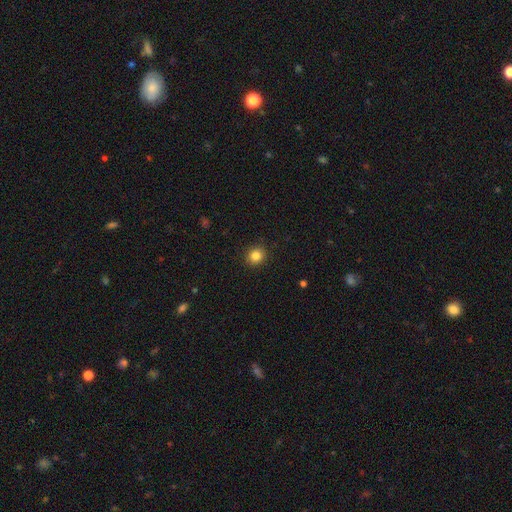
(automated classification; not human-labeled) Smooth or featured? smooth (84%)
How rounded? round (84%)
Merging? none (91%)